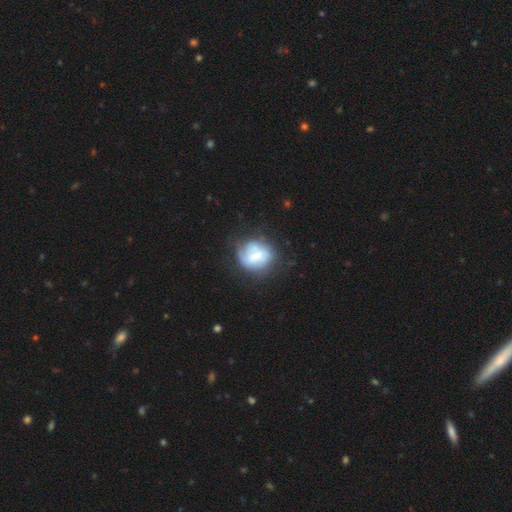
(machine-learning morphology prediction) Overall: smooth (51%; featured or disk 41%). How rounded: round (68%; in between 31%). Merging: none (50%; minor disturbance 27%).